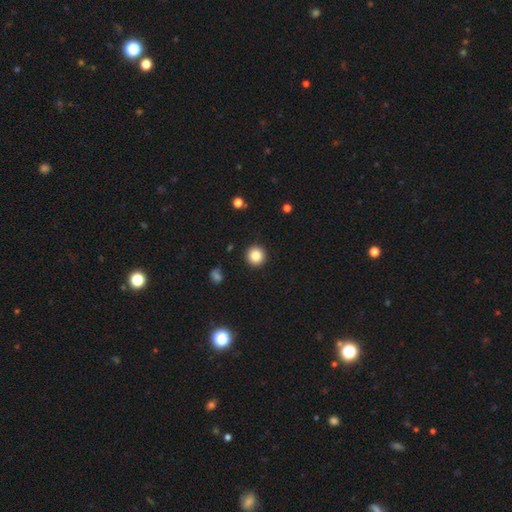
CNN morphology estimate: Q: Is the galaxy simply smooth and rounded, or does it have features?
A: smooth — 85%.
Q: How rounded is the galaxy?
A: round — 95%.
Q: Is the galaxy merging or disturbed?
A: none — 92%.